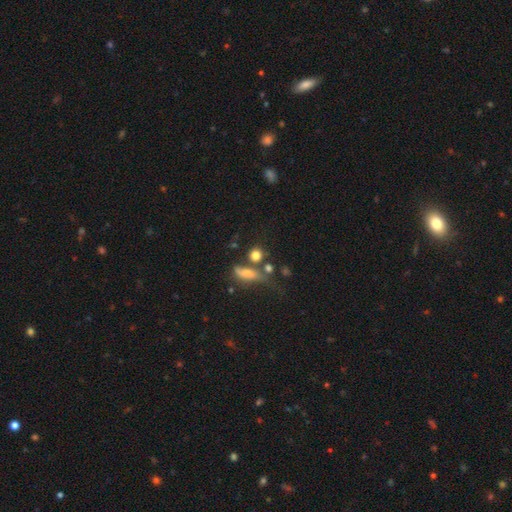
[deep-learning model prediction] Smooth or featured? Predicted: smooth (p=0.76). How rounded? Predicted: round (p=0.77). Merging? Predicted: none (p=0.56).